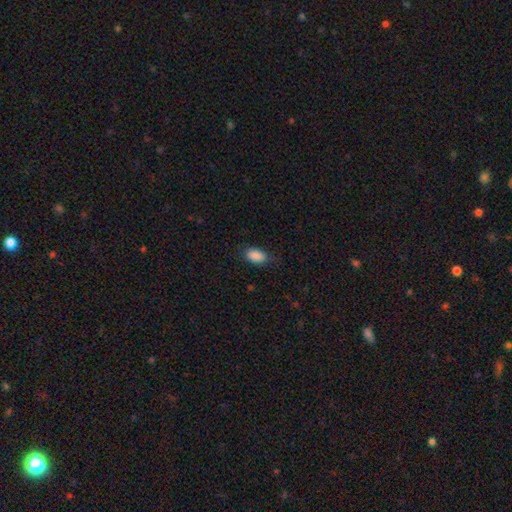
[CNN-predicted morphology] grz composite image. It shows a smooth galaxy with no disk features (89%) that is in between round and cigar-shaped (91%). Merging: none (78%).